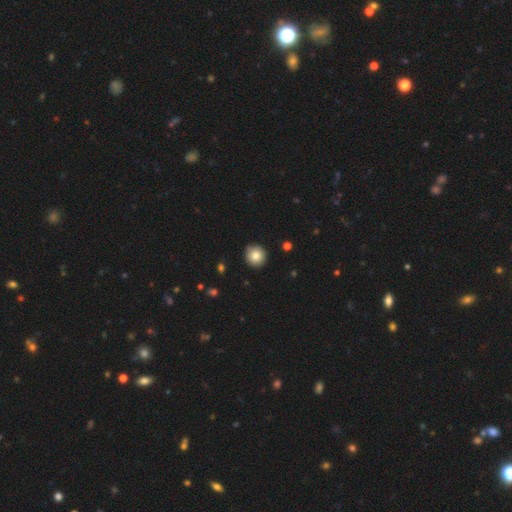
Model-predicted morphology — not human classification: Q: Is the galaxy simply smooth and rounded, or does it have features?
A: smooth — 82%.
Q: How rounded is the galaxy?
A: round — 95%.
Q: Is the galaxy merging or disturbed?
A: none — 88%.